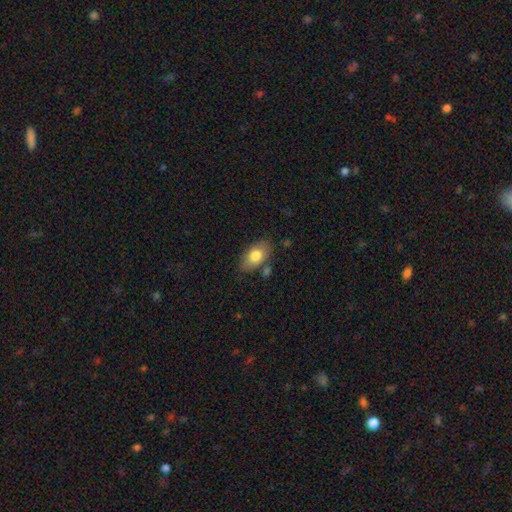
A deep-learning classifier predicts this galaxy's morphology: A smooth galaxy with no disk features (78%) that is in between round and cigar-shaped (90%). Merging: none (73%).